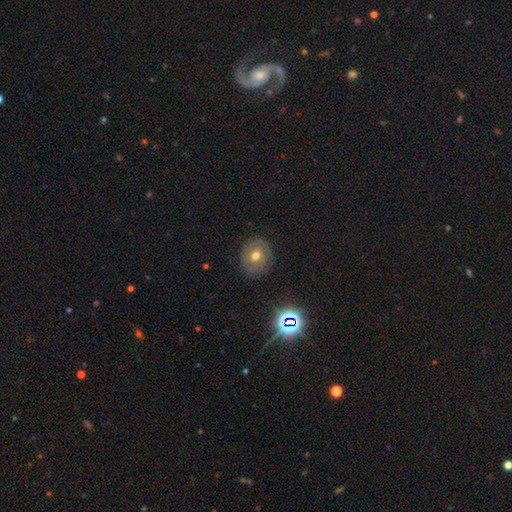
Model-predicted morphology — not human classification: Smooth or featured: smooth — 49% (featured or disk — 35%)
Merging: none — 82% (minor disturbance — 13%)